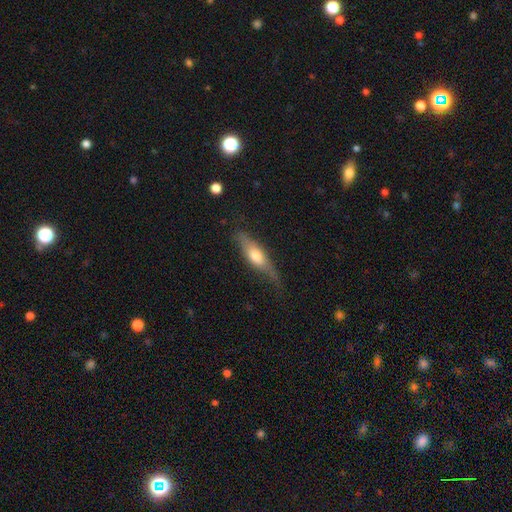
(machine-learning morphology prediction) Smooth or featured: smooth — 49% (featured or disk — 45%)
Merging: none — 60% (minor disturbance — 27%)